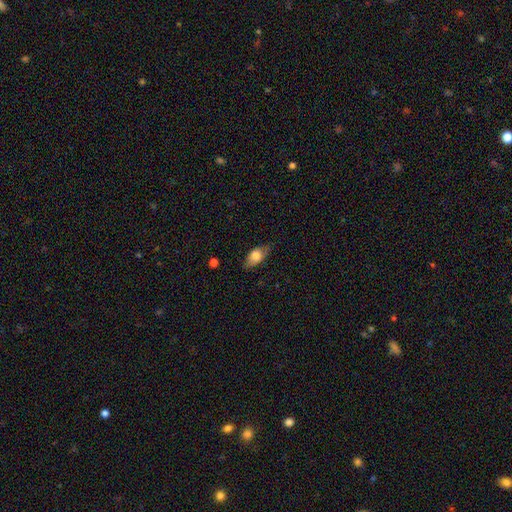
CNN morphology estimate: Overall: smooth (70%). How rounded: in between (84%). Merging: none (74%).